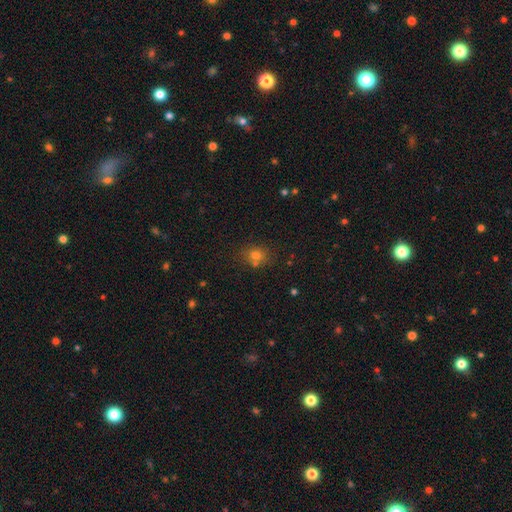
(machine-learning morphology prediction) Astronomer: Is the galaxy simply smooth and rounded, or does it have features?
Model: smooth — 69%.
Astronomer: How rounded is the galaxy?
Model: round — 71%.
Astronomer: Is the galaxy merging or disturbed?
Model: none — 67%.